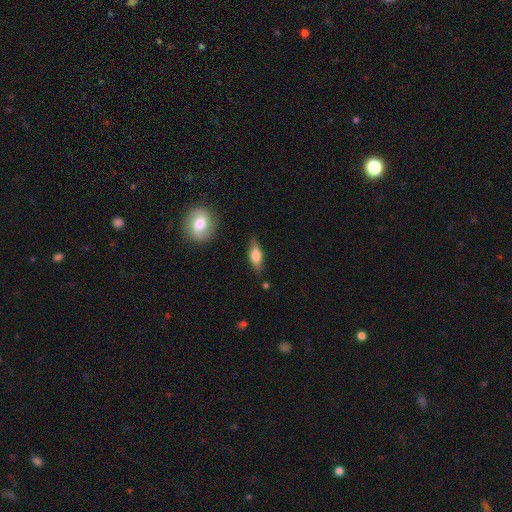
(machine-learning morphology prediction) Smooth or featured?
  - smooth: 60% *
  - featured or disk: 34%
  - star or artifact: 7%
How rounded?
  - in between: 61% *
  - cigar-shaped: 35%
  - round: 4%
Merging?
  - none: 80% *
  - minor disturbance: 14%
  - major disturbance: 3%
  - merger: 2%